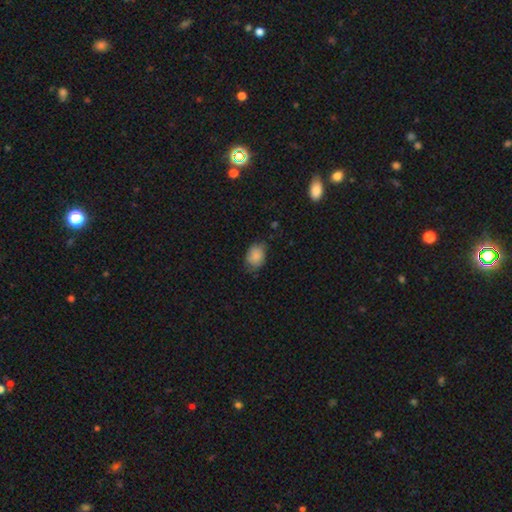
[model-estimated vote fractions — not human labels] This appears to be a smooth galaxy with no disk features (84%) that is in between round and cigar-shaped (66%). Merging: none (62%).